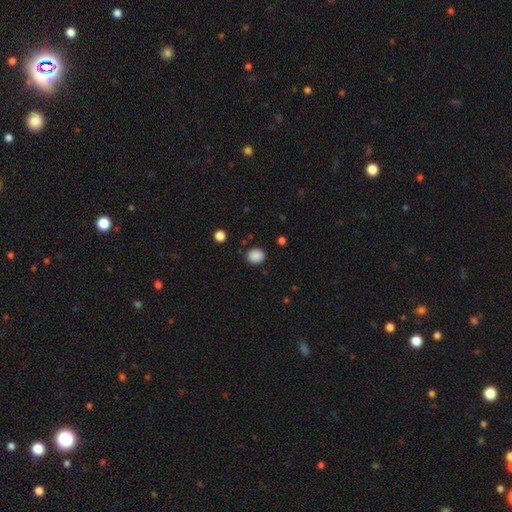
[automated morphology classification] smooth_or_featured: smooth (p=0.88) [alt: star or artifact p=0.09]
how_rounded: round (p=0.73) [alt: in between p=0.26]
merging: none (p=0.87) [alt: minor disturbance p=0.09]